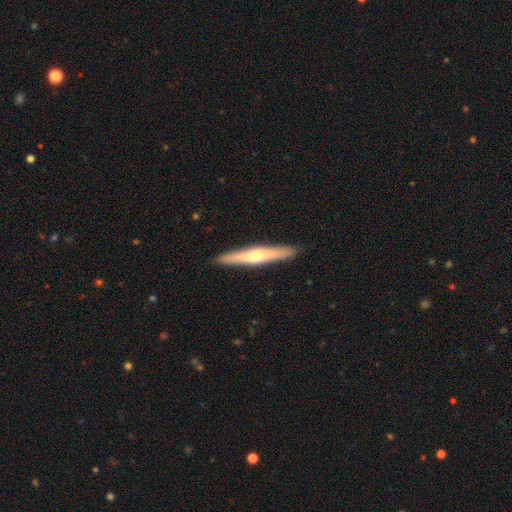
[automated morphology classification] type=featured or disk (53%); edge-on=yes (94%); edge-on bulge=rounded (82%); merging=none (91%).